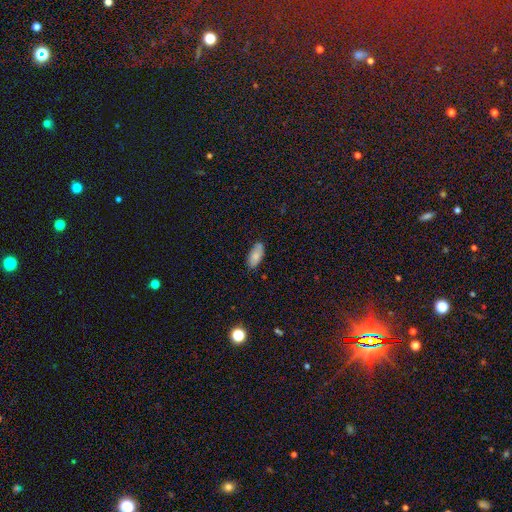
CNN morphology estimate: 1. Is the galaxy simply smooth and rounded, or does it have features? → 80% smooth, 12% featured or disk, 8% star or artifact.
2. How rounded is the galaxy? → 89% in between, 9% cigar-shaped, 2% round.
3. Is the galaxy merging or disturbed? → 75% none, 19% minor disturbance, 3% major disturbance, 3% merger.